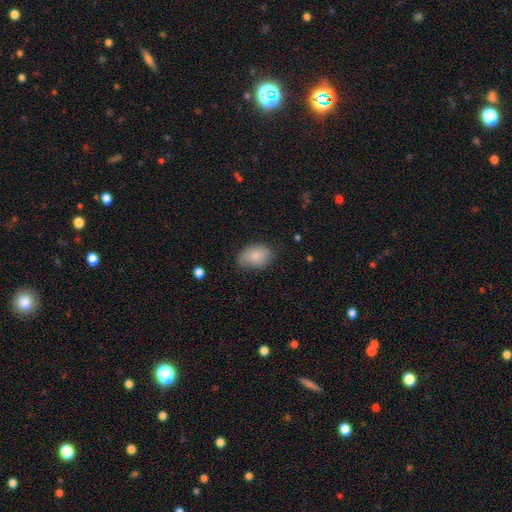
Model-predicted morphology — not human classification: Overall: smooth (84%). How rounded: in between (88%). Merging: none (70%).